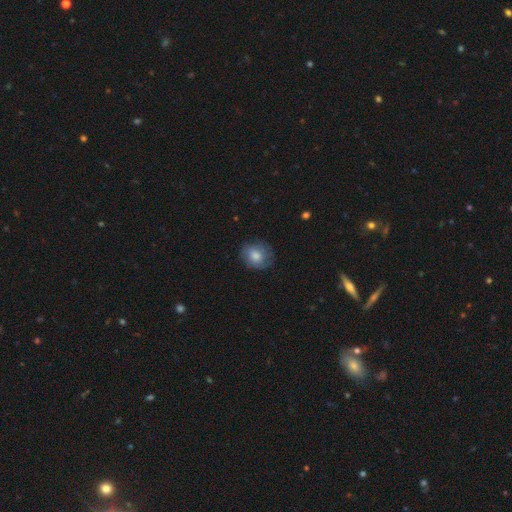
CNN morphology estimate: A smooth galaxy with no disk features (72%) that is round (80%). Merging: none (76%).